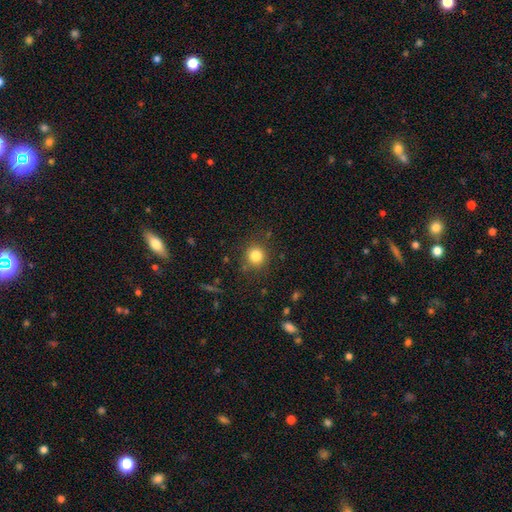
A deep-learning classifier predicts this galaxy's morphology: This is clearly a smooth galaxy (82%). How rounded: clearly round (92%). Merging: clearly none (85%).